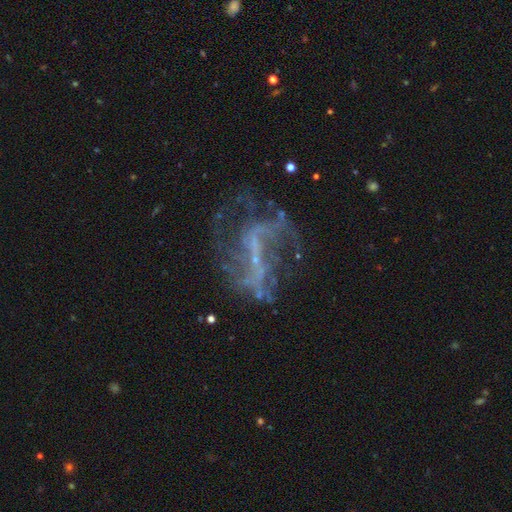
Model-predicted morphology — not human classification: Smooth or featured?
  - featured or disk: 76% *
  - star or artifact: 16%
  - smooth: 9%
Edge-on disk?
  - no: 96% *
  - yes: 4%
Bar?
  - weak: 36% *
  - strong: 35%
  - no: 29%
Spiral arms?
  - yes: 73% *
  - no: 27%
Spiral winding?
  - loose: 57% *
  - medium: 30%
  - tight: 12%
Spiral arm count?
  - 2: 46% *
  - can't tell: 26%
  - 3: 10%
  - 1: 8%
  - 4: 5%
  - more than 4: 4%
Bulge size?
  - none: 53% *
  - small: 37%
  - moderate: 7%
  - large: 1%
  - dominant: 1%
Merging?
  - none: 47% *
  - major disturbance: 32%
  - minor disturbance: 16%
  - merger: 5%